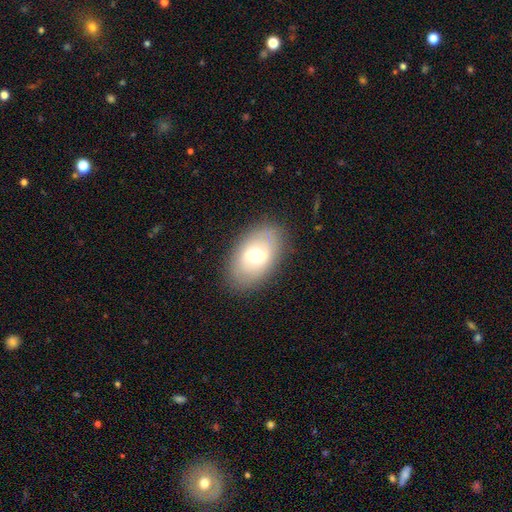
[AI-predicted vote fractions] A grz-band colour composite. It shows a smooth galaxy with no disk features (54%) that is in between round and cigar-shaped (86%). Merging: none (83%).